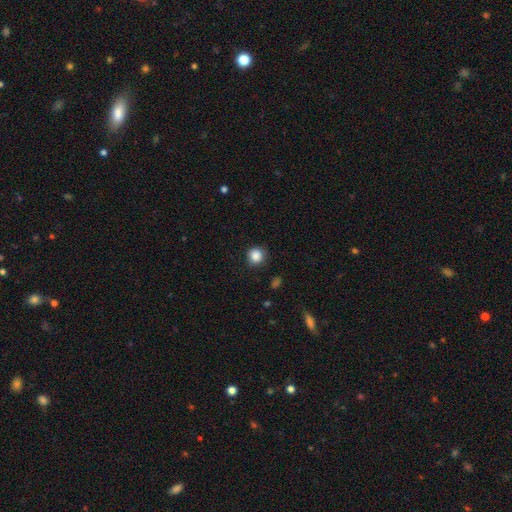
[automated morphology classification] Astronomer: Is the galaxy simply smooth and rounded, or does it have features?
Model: smooth — 87%.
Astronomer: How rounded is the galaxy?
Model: round — 91%.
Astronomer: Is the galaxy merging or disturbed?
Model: none — 86%.